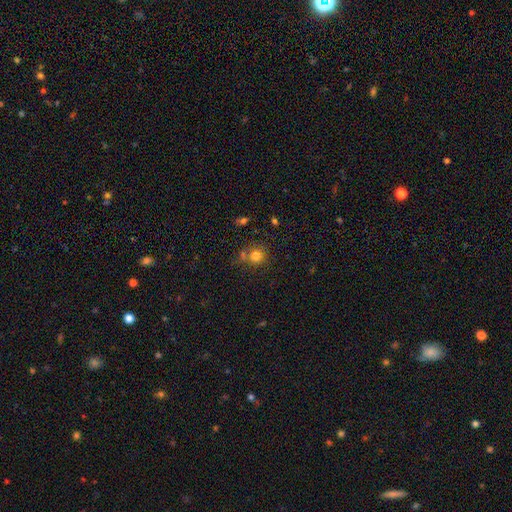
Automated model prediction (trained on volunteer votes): This appears to be a smooth galaxy with no disk features (79%) that is round (87%). Merging: none (61%).